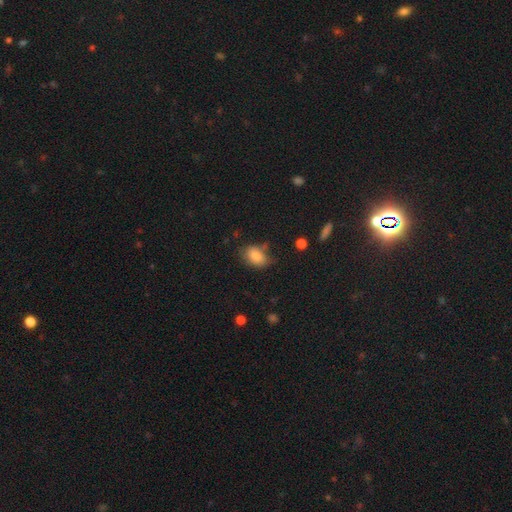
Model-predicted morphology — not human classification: This is clearly a smooth galaxy (81%). How rounded: likely in between (80%). Merging: possibly none (59%).